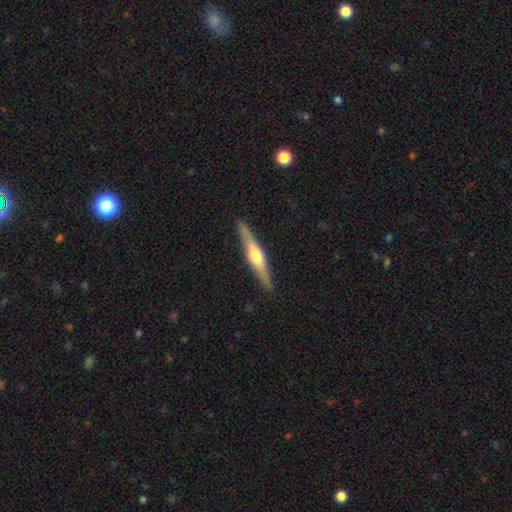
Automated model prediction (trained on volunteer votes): Overall: featured or disk (66%; smooth 28%). Edge-on disk: yes (96%). Edge-on bulge: rounded (91%). Merging: none (90%).